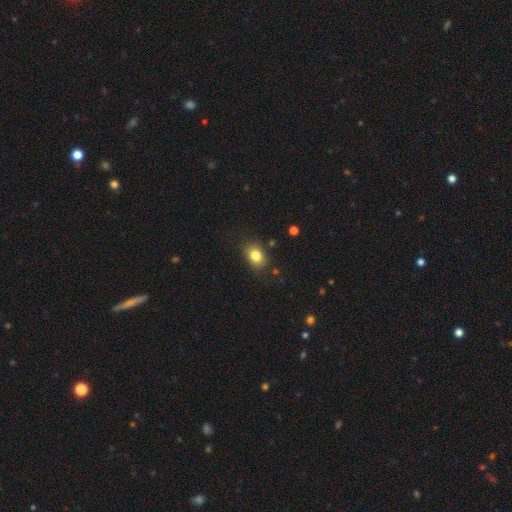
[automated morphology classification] Overall: smooth (83%). How rounded: in between (67%; round 32%). Merging: none (81%).